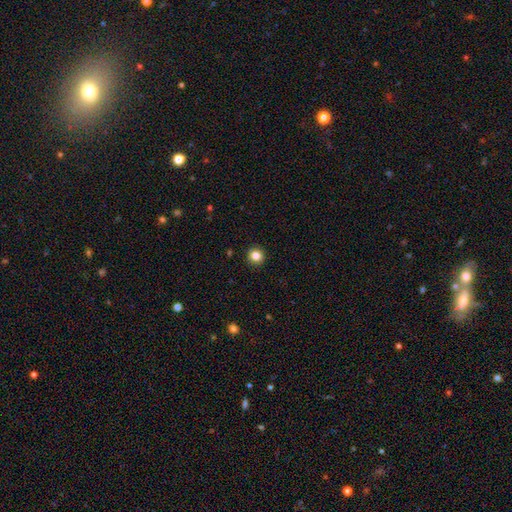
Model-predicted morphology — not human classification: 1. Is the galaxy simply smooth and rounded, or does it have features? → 84% smooth, 12% star or artifact, 5% featured or disk.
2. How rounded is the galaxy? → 94% round, 5% in between, 1% cigar-shaped.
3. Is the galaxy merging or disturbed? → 93% none, 4% minor disturbance, 1% major disturbance, 1% merger.